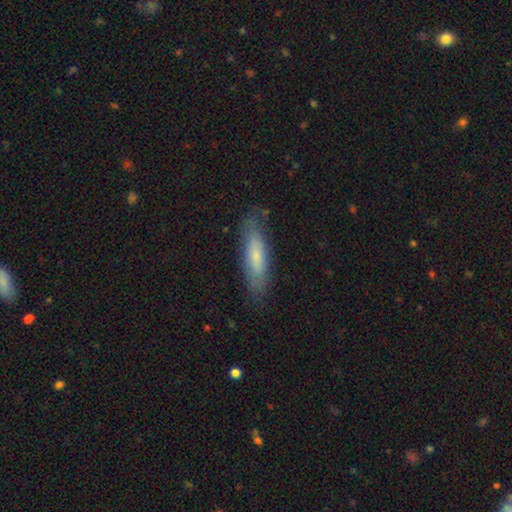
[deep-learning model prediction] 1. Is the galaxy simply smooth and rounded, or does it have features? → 68% smooth, 26% featured or disk, 6% star or artifact.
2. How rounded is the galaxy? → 70% cigar-shaped, 29% in between, 2% round.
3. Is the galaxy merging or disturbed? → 82% none, 13% minor disturbance, 3% major disturbance, 1% merger.